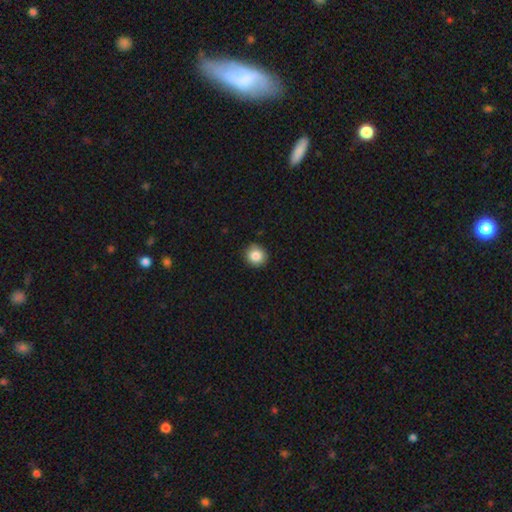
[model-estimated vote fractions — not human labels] Smooth or featured? Predicted: smooth (p=0.87). How rounded? Predicted: round (p=0.91). Merging? Predicted: none (p=0.90).